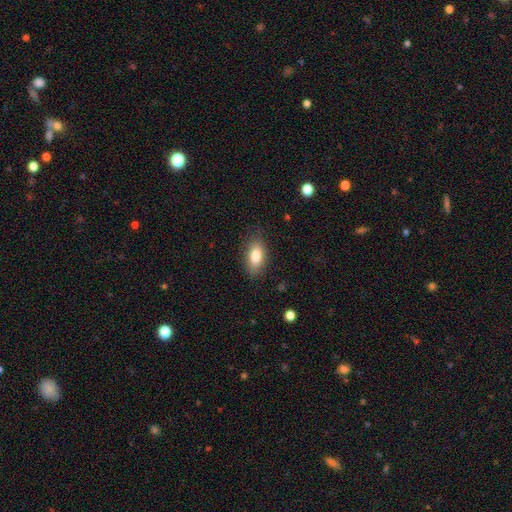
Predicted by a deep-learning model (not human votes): smooth 82%, featured or disk 10%, star or artifact 8%. Down the decision tree: how rounded — in between (87%); merging — none (83%).